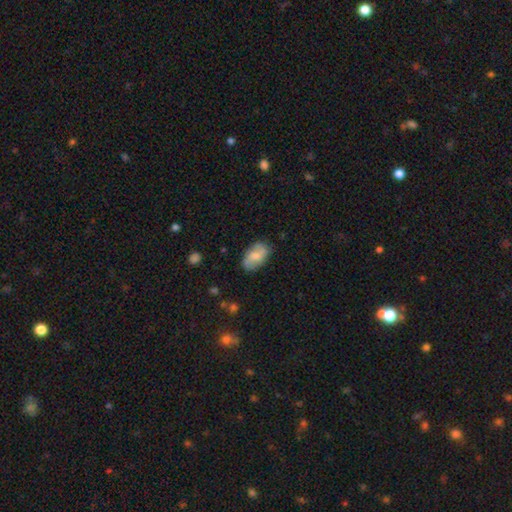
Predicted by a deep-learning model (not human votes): smooth_or_featured: smooth (p=0.55) [alt: featured or disk p=0.38]
how_rounded: in between (p=0.92) [alt: round p=0.06]
merging: none (p=0.77) [alt: minor disturbance p=0.18]